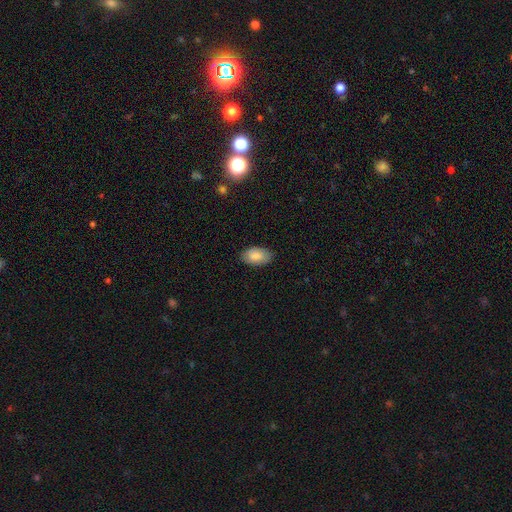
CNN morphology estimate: Smooth or featured?
  - smooth: 85% *
  - featured or disk: 8%
  - star or artifact: 6%
How rounded?
  - in between: 93% *
  - round: 5%
  - cigar-shaped: 1%
Merging?
  - none: 83% *
  - minor disturbance: 14%
  - major disturbance: 3%
  - merger: 1%